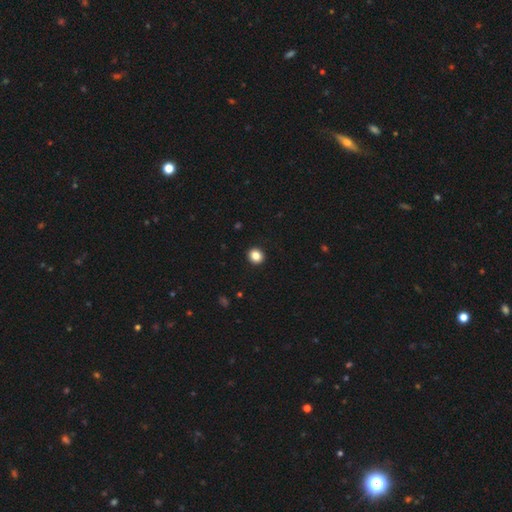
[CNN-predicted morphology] smooth-or-featured: smooth: 86% | star or artifact: 10% | featured or disk: 4%
  how-rounded: round: 80% | in between: 19% | cigar-shaped: 1%
  merging: none: 93% | minor disturbance: 4% | major disturbance: 1% | merger: 1%